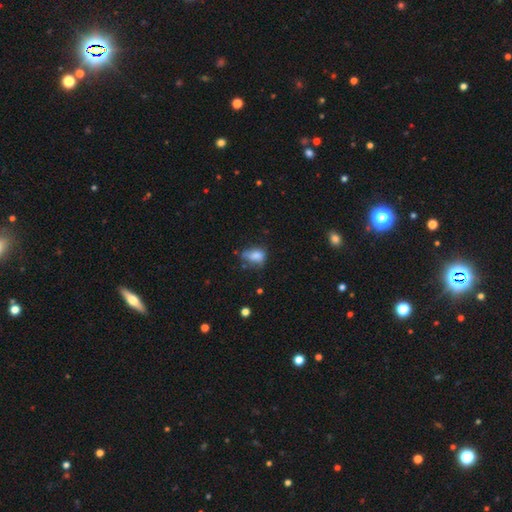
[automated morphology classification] A smooth galaxy with no disk features (75%) that is in between round and cigar-shaped (77%). Merging: minor disturbance (37%).